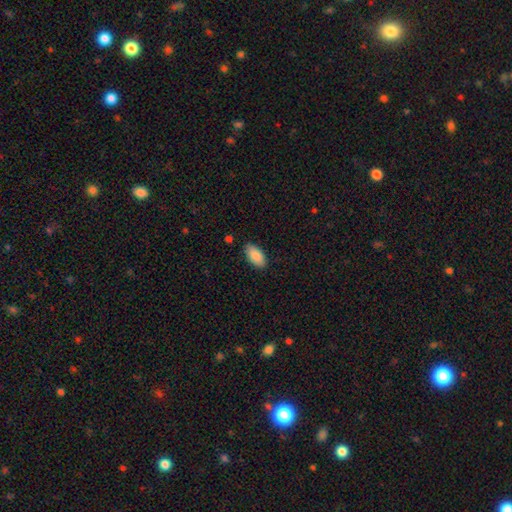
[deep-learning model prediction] Smooth or featured? smooth (89%)
How rounded? in between (94%)
Merging? none (86%)